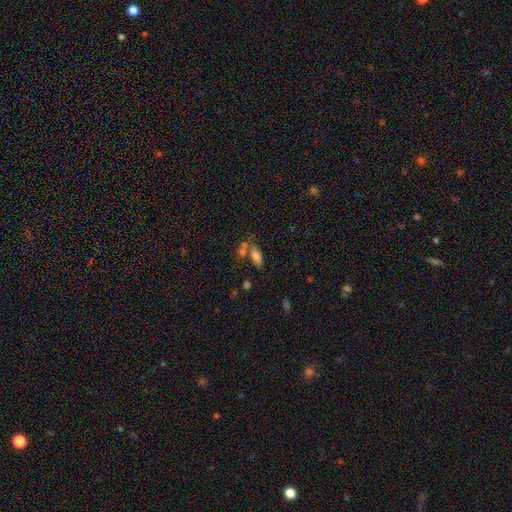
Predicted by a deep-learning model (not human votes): Smooth or featured: smooth — 78% (featured or disk — 12%)
How rounded: in between — 80% (cigar-shaped — 17%)
Merging: none — 51% (merger — 29%)